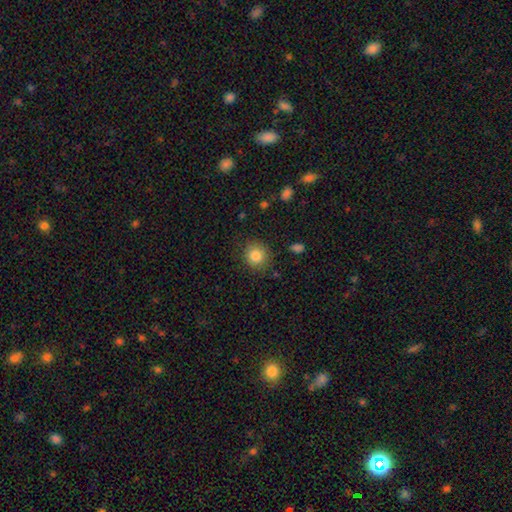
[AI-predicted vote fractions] smooth 84%, star or artifact 10%, featured or disk 6%. Down the decision tree: how rounded — round (88%); merging — none (86%).